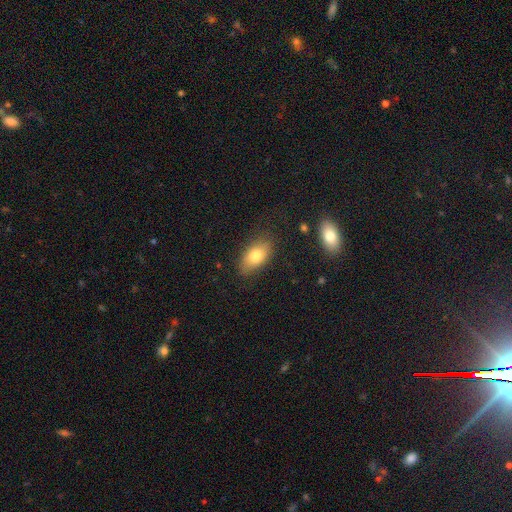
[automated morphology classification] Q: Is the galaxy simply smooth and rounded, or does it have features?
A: smooth — 78%.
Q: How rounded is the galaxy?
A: in between — 90%.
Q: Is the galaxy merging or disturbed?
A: none — 80%.